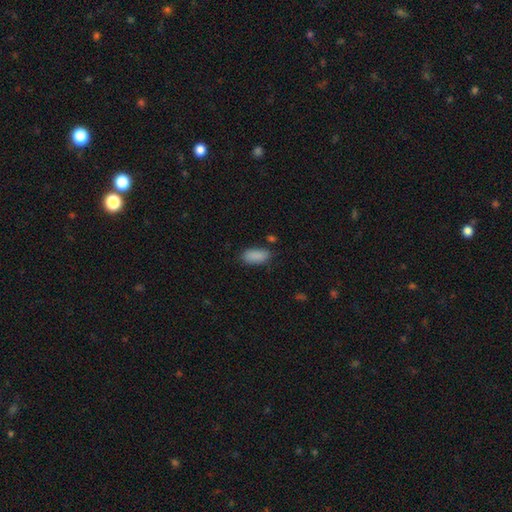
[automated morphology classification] This appears to be a smooth galaxy with no disk features (89%) that is in between round and cigar-shaped (91%). Merging: none (78%).